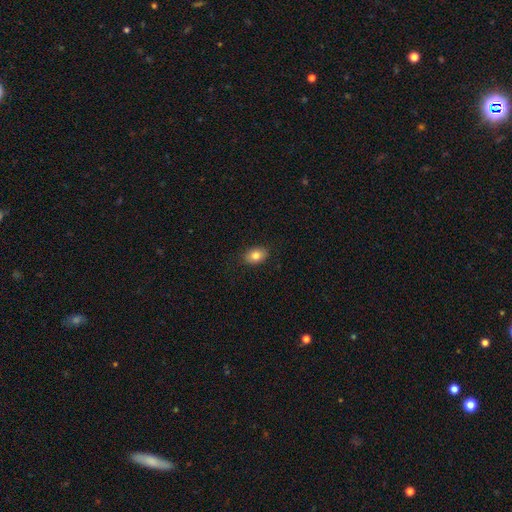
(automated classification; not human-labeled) Overall: smooth (82%). How rounded: in between (82%). Merging: none (88%).